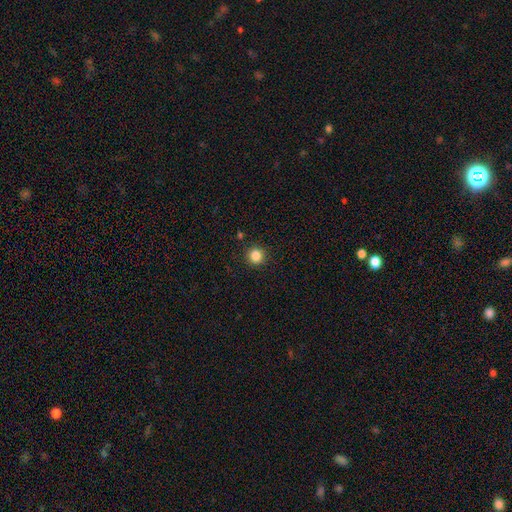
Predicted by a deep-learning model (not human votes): Overall: smooth (85%). How rounded: round (93%). Merging: none (92%).